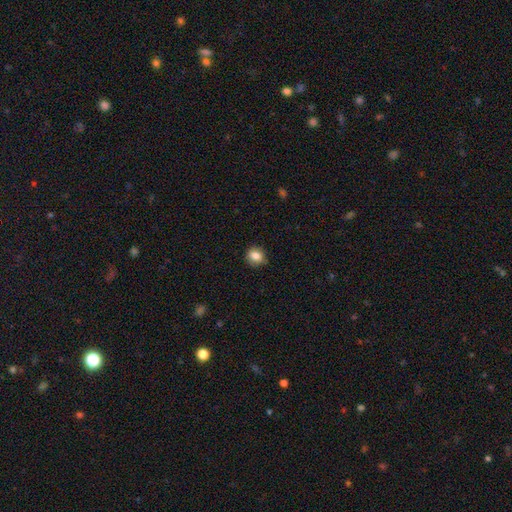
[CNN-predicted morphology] Smooth or featured? smooth (84%)
How rounded? round (76%)
Merging? none (85%)